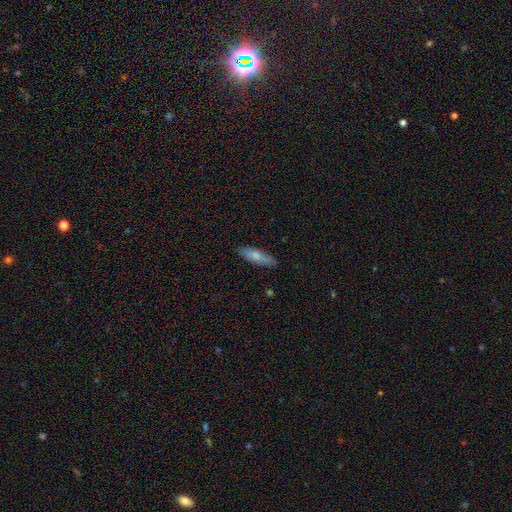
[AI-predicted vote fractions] A smooth galaxy with no disk features (74%) that is in between round and cigar-shaped (55%). Merging: none (81%).